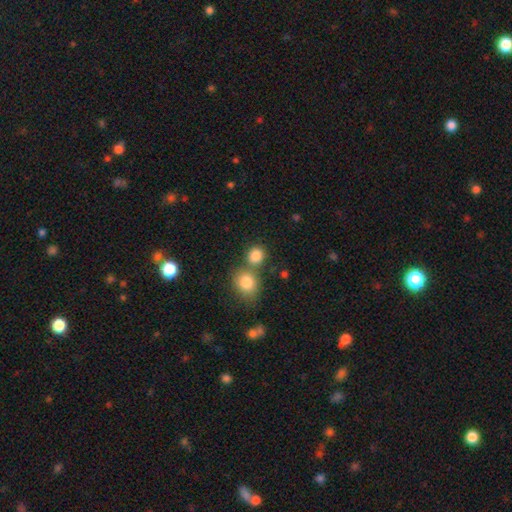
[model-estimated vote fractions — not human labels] smooth 84%, star or artifact 10%, featured or disk 6%. Down the decision tree: how rounded — round (79%); merging — none (54%).